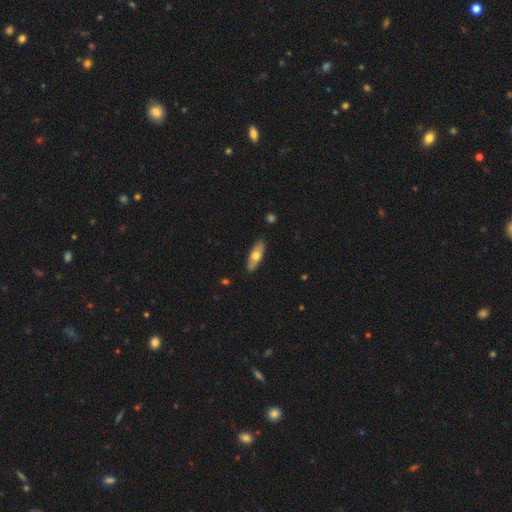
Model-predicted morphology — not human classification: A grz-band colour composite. It shows a smooth galaxy with no disk features (60%) that is in between round and cigar-shaped (62%). Merging: none (89%).